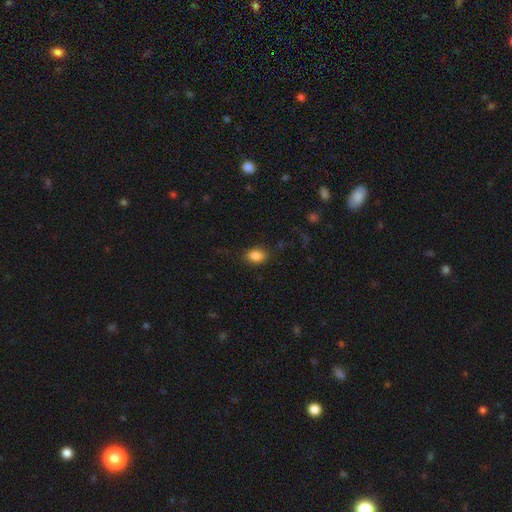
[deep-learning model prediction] This is clearly a smooth galaxy (85%). How rounded: likely in between (73%). Merging: clearly none (82%).